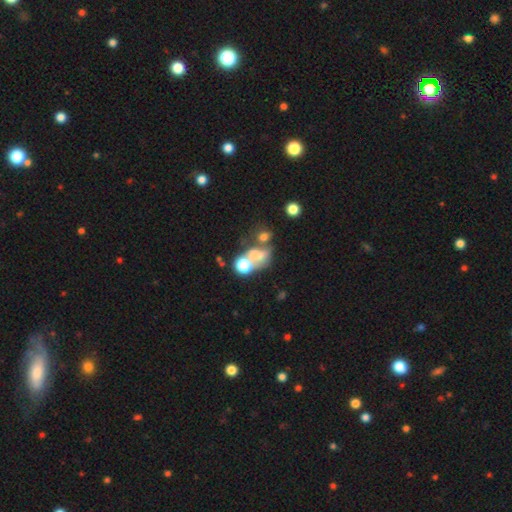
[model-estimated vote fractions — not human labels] The model was most divided on "smooth or featured": smooth: 52%, featured or disk: 28%, star or artifact: 20%. Remaining: how rounded — in between (61%); merging — merger (47%).